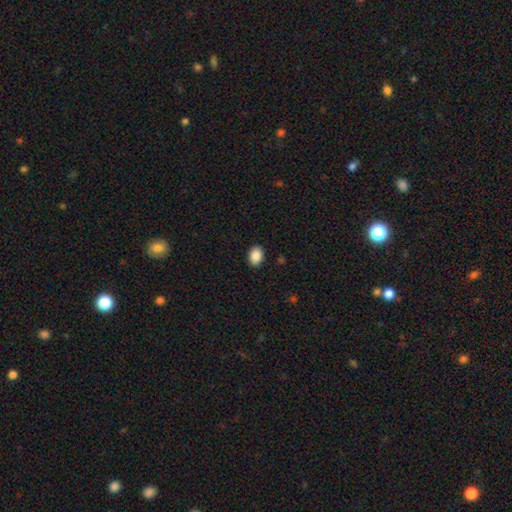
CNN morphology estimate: Smooth or featured? smooth (89%)
How rounded? in between (75%)
Merging? none (90%)